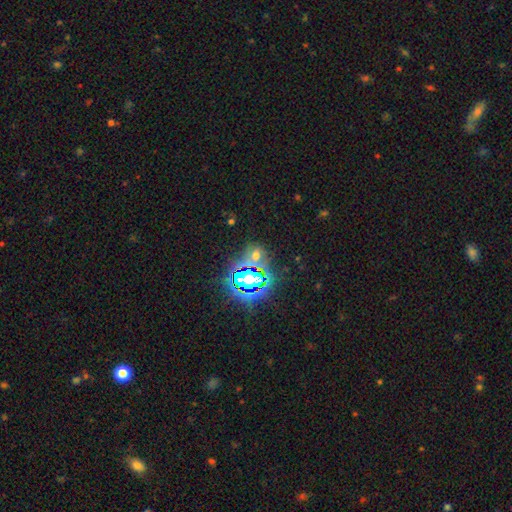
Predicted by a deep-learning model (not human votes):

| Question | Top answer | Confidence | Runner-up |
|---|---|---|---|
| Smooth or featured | star or artifact | 60% | smooth (29%) |